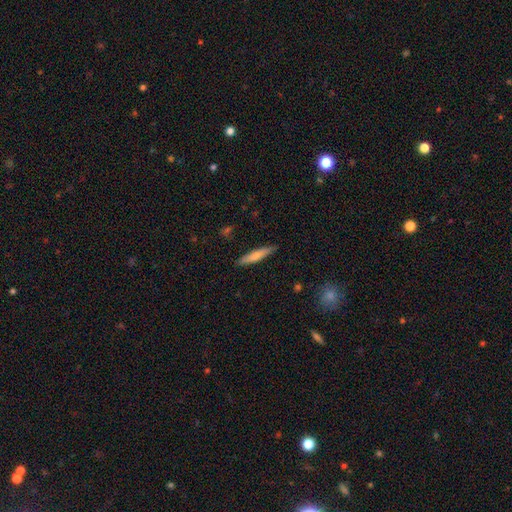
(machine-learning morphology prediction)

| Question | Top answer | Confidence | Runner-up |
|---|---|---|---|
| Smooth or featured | smooth | 71% | featured or disk (23%) |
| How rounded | cigar-shaped | 90% | in between (9%) |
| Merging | none | 86% | minor disturbance (10%) |